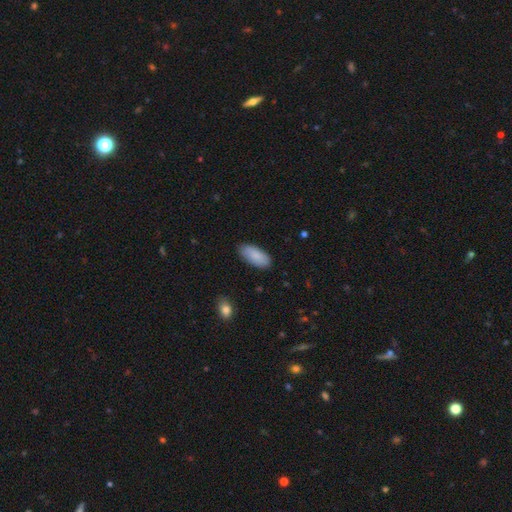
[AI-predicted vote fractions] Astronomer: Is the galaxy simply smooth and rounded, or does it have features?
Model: smooth — 87%.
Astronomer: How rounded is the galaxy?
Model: in between — 89%.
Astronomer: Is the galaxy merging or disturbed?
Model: none — 84%.